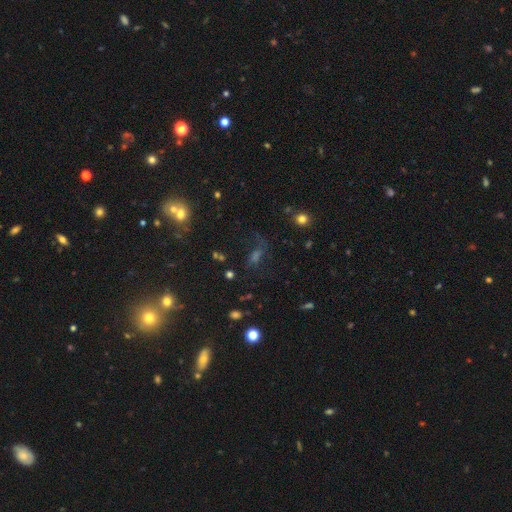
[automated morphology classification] smooth_or_featured: star or artifact (p=0.40) [alt: smooth p=0.34]